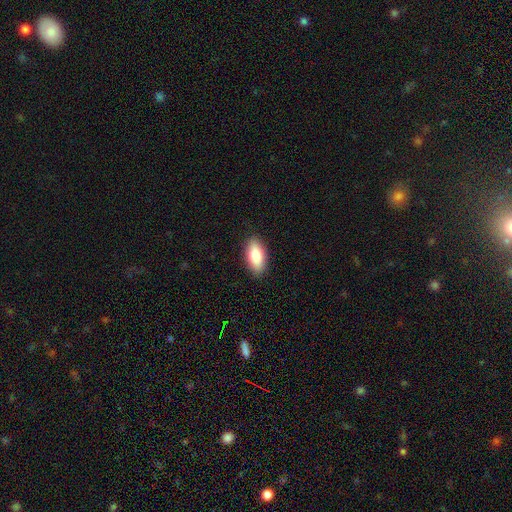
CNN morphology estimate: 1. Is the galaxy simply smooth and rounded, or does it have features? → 83% smooth, 11% featured or disk, 6% star or artifact.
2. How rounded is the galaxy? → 89% in between, 8% cigar-shaped, 3% round.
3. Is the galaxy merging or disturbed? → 89% none, 8% minor disturbance, 2% major disturbance, 1% merger.